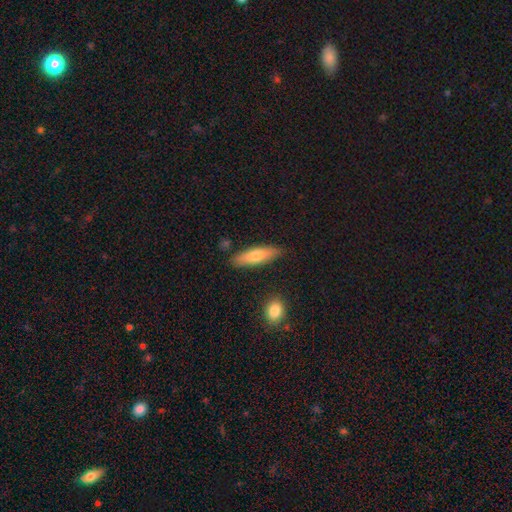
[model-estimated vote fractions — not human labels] smooth-or-featured: smooth: 70% | featured or disk: 25% | star or artifact: 6%
  how-rounded: cigar-shaped: 61% | in between: 37% | round: 2%
  merging: none: 85% | minor disturbance: 10% | merger: 3% | major disturbance: 2%